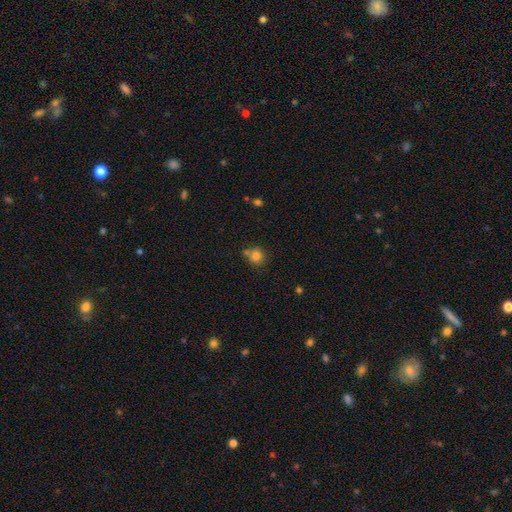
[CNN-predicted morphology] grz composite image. It shows a smooth galaxy with no disk features (80%) that is round (88%). Merging: none (62%).